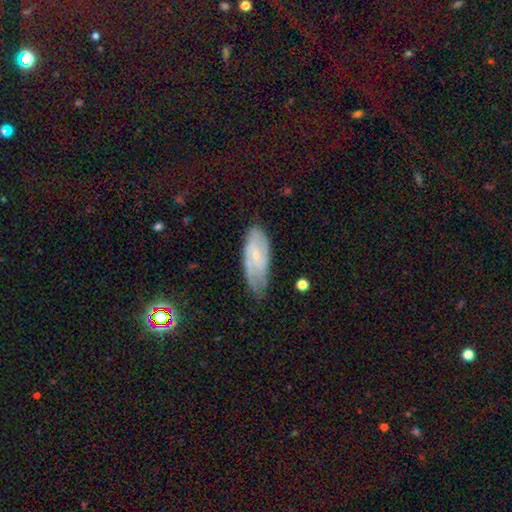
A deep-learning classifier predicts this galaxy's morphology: Overall: featured or disk (58%; smooth 34%). Edge-on disk: no (88%). Bar: no (51%; weak 38%). Spiral arms: yes (77%). Bulge size: small (70%). Merging: none (53%; minor disturbance 34%).